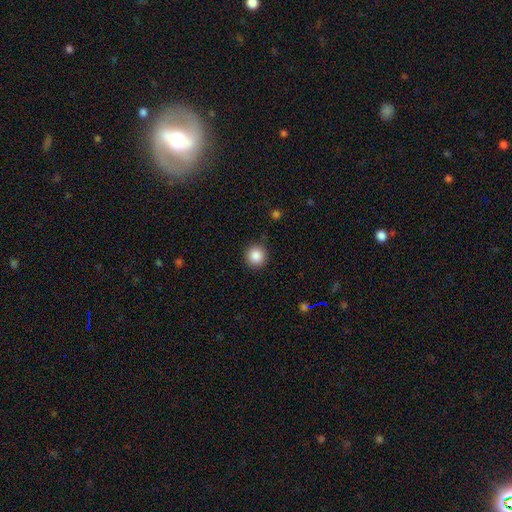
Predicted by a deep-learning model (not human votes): Q: Smooth or featured?
A: smooth (87%); runner-up: star or artifact (9%)
Q: How rounded?
A: round (93%); runner-up: in between (6%)
Q: Merging?
A: none (90%); runner-up: minor disturbance (6%)